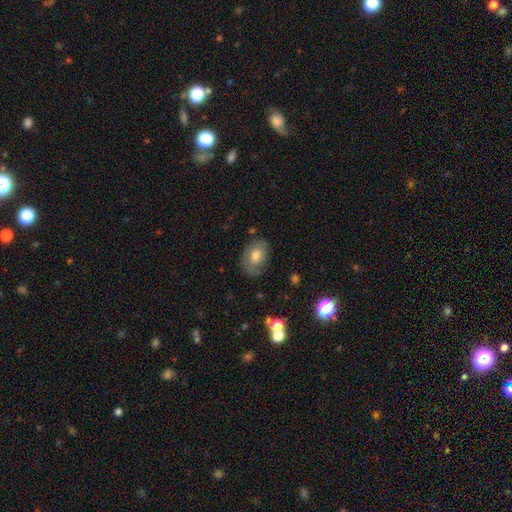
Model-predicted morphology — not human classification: Smooth or featured? Predicted: smooth (p=0.64). How rounded? Predicted: in between (p=0.78). Merging? Predicted: none (p=0.72).